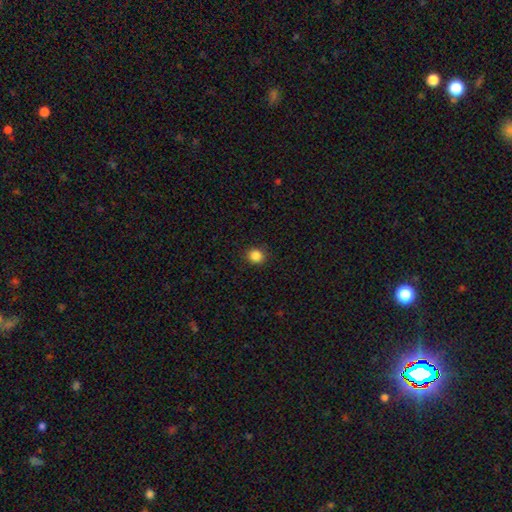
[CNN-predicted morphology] A smooth galaxy with no disk features (86%) that is round (84%).

Vote fractions:
- Smooth or featured? smooth: 86% / star or artifact: 11% / featured or disk: 3%
- How rounded? round: 84% / in between: 15% / cigar-shaped: 1%
- Merging? none: 89% / minor disturbance: 7% / major disturbance: 2% / merger: 1%